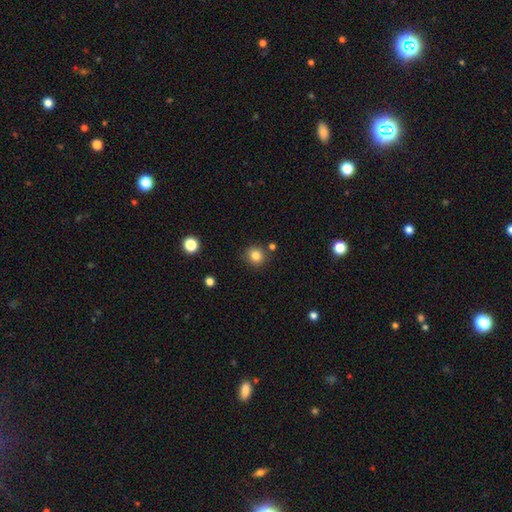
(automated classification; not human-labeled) smooth-or-featured: smooth: 83% | star or artifact: 12% | featured or disk: 5%
  how-rounded: round: 89% | in between: 11% | cigar-shaped: 1%
  merging: none: 83% | minor disturbance: 9% | merger: 5% | major disturbance: 3%